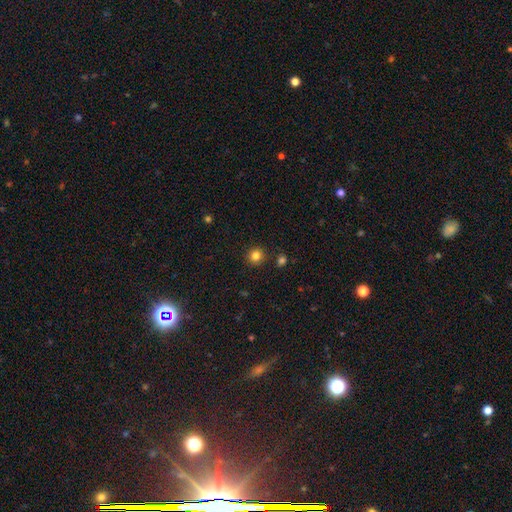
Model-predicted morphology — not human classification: Smooth or featured?
  - smooth: 82% *
  - star or artifact: 13%
  - featured or disk: 5%
How rounded?
  - round: 92% *
  - in between: 7%
  - cigar-shaped: 1%
Merging?
  - none: 89% *
  - minor disturbance: 6%
  - merger: 3%
  - major disturbance: 2%